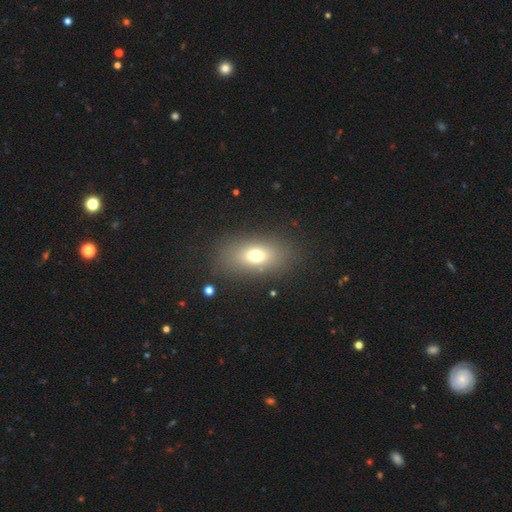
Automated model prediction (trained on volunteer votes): Smooth or featured?
  - smooth: 70% *
  - featured or disk: 16%
  - star or artifact: 14%
How rounded?
  - in between: 79% *
  - round: 16%
  - cigar-shaped: 5%
Merging?
  - none: 84% *
  - minor disturbance: 9%
  - major disturbance: 5%
  - merger: 2%